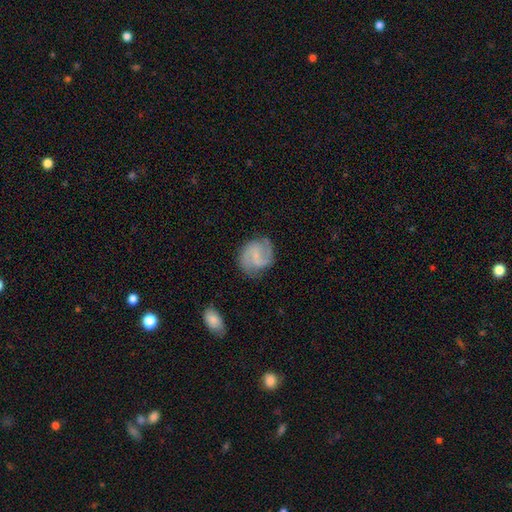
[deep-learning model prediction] The model was most divided on "bar": weak: 53%, no: 31%, strong: 16%. More confident: edge-on disk — no (98%); spiral arms — yes (95%); spiral arm count — 2 (87%); smooth or featured — featured or disk (77%); merging — none (77%); bulge size — small (56%); spiral winding — medium (53%).